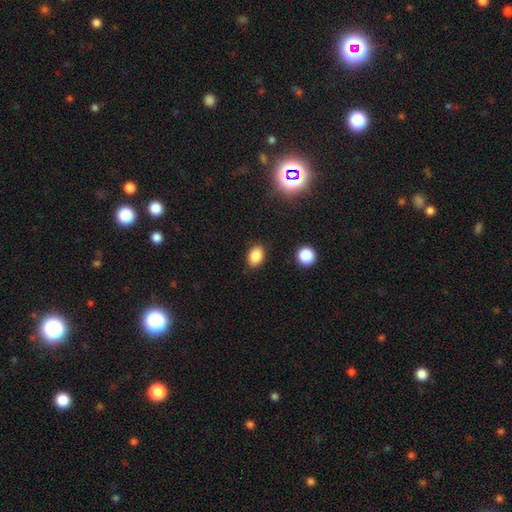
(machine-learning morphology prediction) smooth-or-featured: smooth: 85% | star or artifact: 10% | featured or disk: 5%
  how-rounded: in between: 78% | round: 20% | cigar-shaped: 1%
  merging: none: 85% | minor disturbance: 10% | major disturbance: 3% | merger: 2%